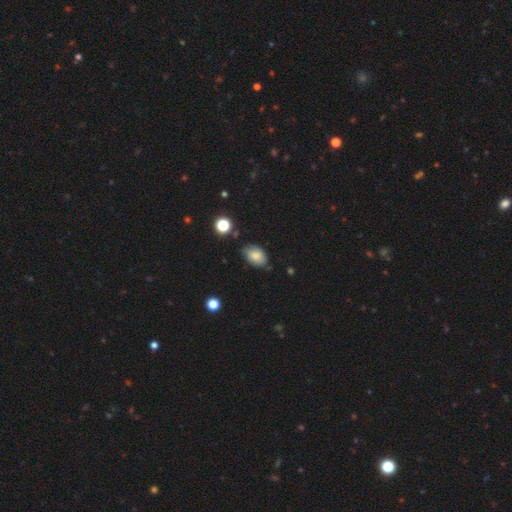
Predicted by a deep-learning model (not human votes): Smooth or featured? smooth (76%)
How rounded? in between (86%)
Merging? none (68%)